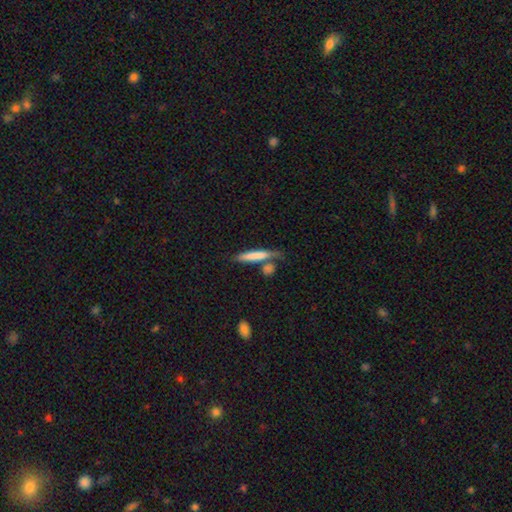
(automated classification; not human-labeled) Overall: smooth (73%). How rounded: cigar-shaped (85%). Merging: none (57%; merger 21%).